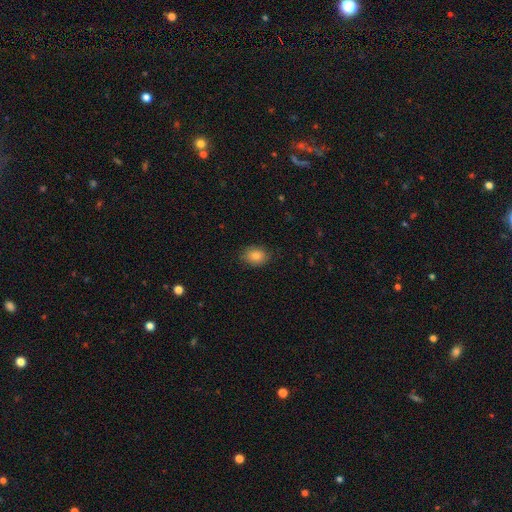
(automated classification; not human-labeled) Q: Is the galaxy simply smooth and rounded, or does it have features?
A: smooth — 84%.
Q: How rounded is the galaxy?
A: in between — 63%.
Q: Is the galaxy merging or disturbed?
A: none — 84%.